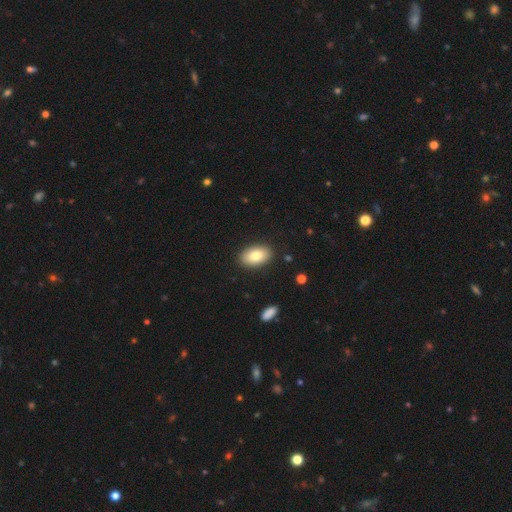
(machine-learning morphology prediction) smooth 82%, featured or disk 11%, star or artifact 7%. Down the decision tree: how rounded — in between (93%); merging — none (88%).